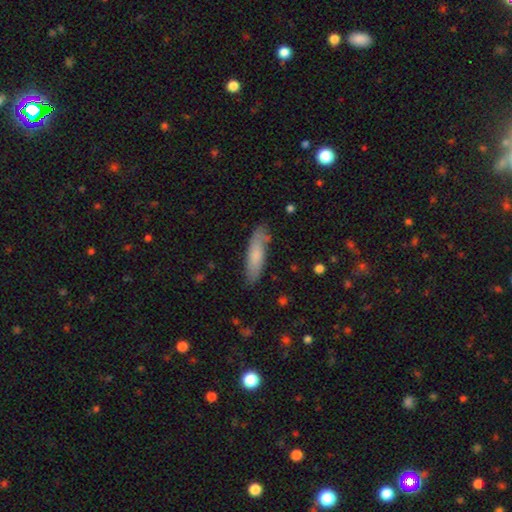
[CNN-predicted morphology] Smooth or featured? smooth (76%)
How rounded? cigar-shaped (65%)
Merging? none (76%)